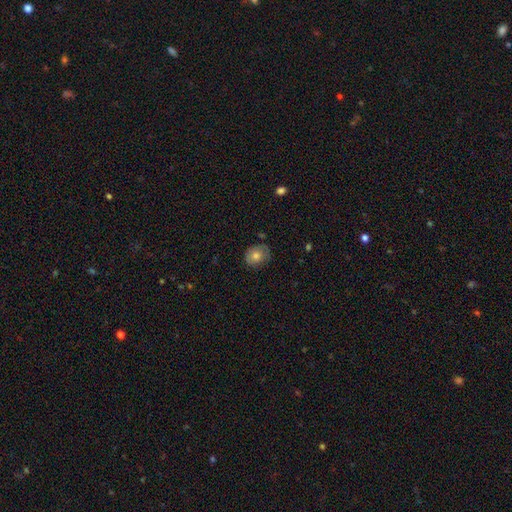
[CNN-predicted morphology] smooth 68%, featured or disk 23%, star or artifact 9%. Down the decision tree: how rounded — round (66%); merging — none (74%).